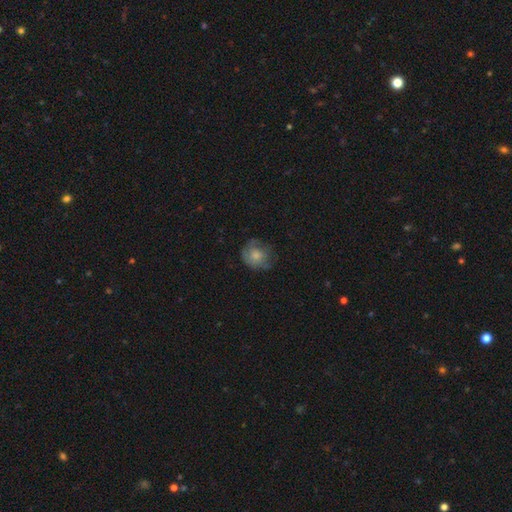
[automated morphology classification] Smooth or featured?
  - smooth: 67% *
  - featured or disk: 25%
  - star or artifact: 8%
How rounded?
  - round: 80% *
  - in between: 19%
  - cigar-shaped: 1%
Merging?
  - none: 62% *
  - minor disturbance: 26%
  - major disturbance: 11%
  - merger: 1%